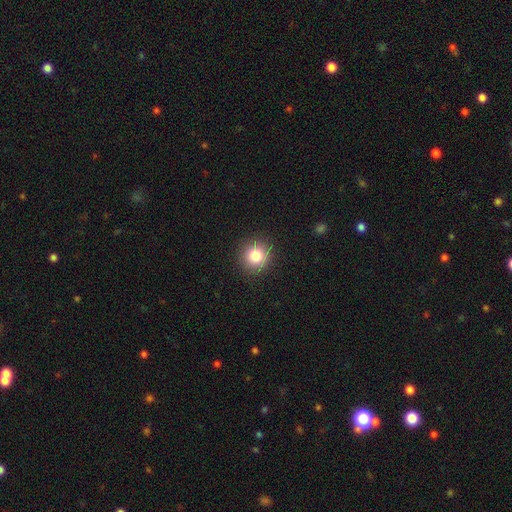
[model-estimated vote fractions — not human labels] The model was most divided on "smooth or featured": smooth: 82%, star or artifact: 11%, featured or disk: 7%. More confident: how rounded — round (92%); merging — none (90%).